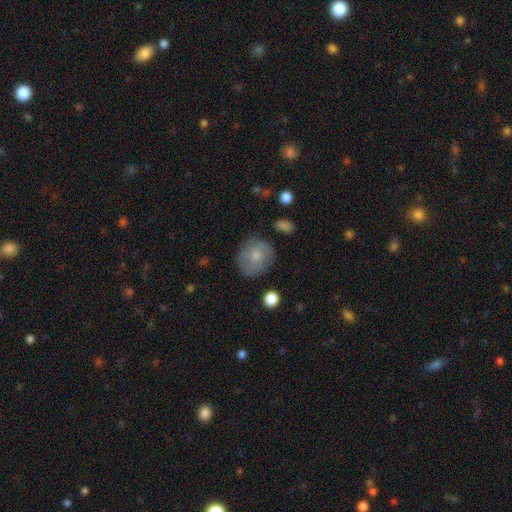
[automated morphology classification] Smooth or featured? Predicted: smooth (p=0.71). How rounded? Predicted: round (p=0.81). Merging? Predicted: none (p=0.72).